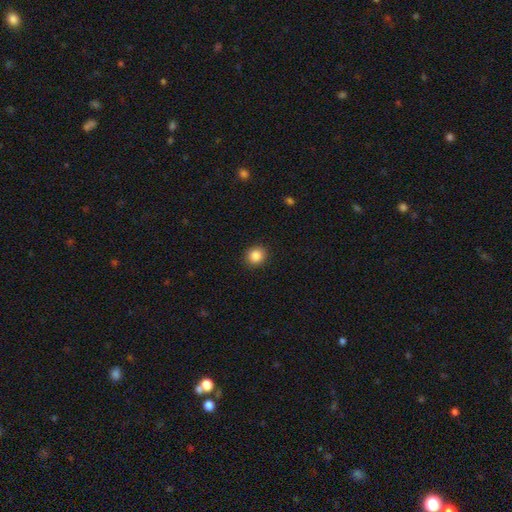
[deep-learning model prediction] Smooth or featured: smooth — 87% (star or artifact — 10%)
How rounded: round — 81% (in between — 18%)
Merging: none — 91% (minor disturbance — 6%)